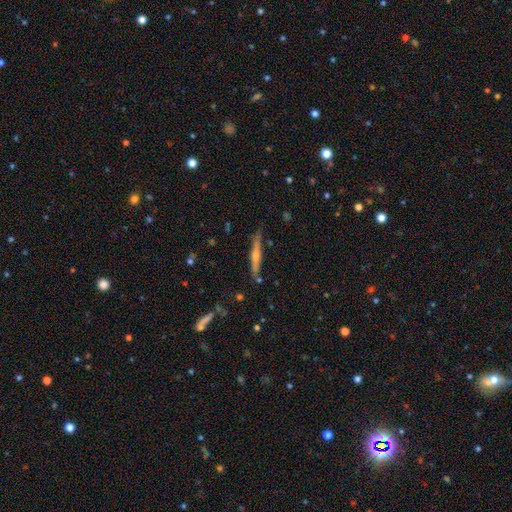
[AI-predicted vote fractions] Overall: featured or disk (70%). Edge-on disk: yes (97%). Edge-on bulge: rounded (77%). Merging: none (85%).